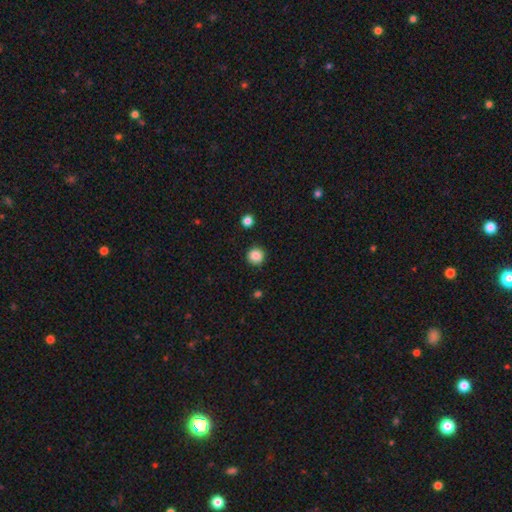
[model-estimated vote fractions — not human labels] Smooth or featured?
  - smooth: 86% *
  - star or artifact: 10%
  - featured or disk: 3%
How rounded?
  - round: 94% *
  - in between: 5%
  - cigar-shaped: 1%
Merging?
  - none: 90% *
  - minor disturbance: 7%
  - major disturbance: 2%
  - merger: 1%